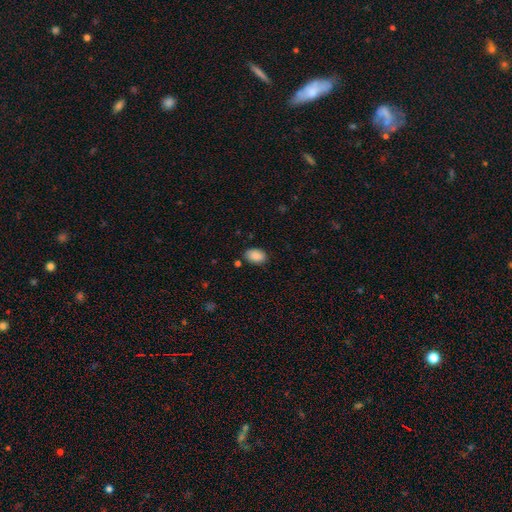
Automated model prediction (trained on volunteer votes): Smooth or featured? smooth (89%)
How rounded? in between (86%)
Merging? none (83%)